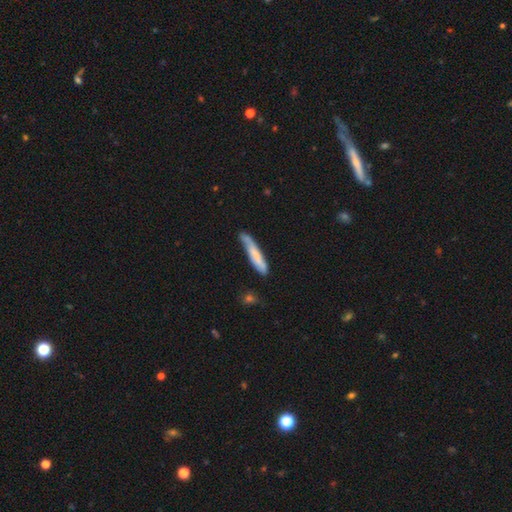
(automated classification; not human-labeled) smooth_or_featured: smooth (p=0.68) [alt: featured or disk p=0.26]
how_rounded: cigar-shaped (p=0.91) [alt: in between p=0.07]
merging: none (p=0.59) [alt: minor disturbance p=0.29]